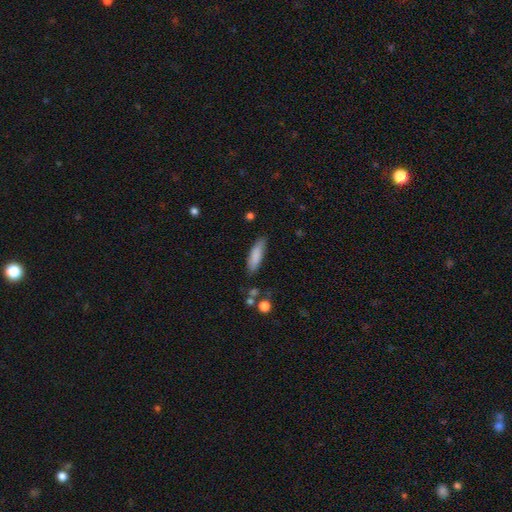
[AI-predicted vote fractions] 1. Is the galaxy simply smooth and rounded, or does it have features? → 84% smooth, 10% featured or disk, 6% star or artifact.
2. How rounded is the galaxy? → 60% cigar-shaped, 39% in between, 2% round.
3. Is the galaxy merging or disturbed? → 80% none, 15% minor disturbance, 3% major disturbance, 2% merger.